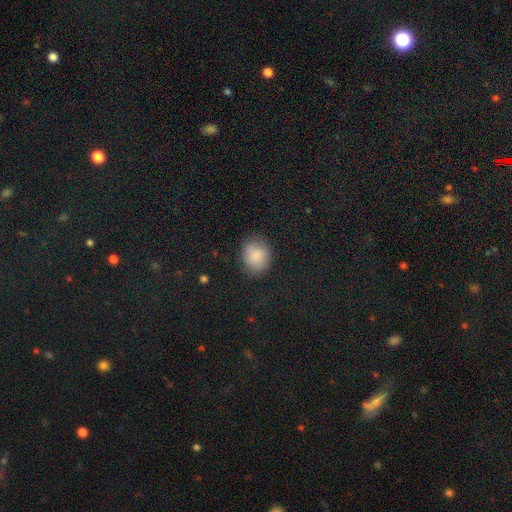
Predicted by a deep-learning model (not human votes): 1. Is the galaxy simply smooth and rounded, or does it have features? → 84% smooth, 8% star or artifact, 7% featured or disk.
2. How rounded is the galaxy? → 56% round, 43% in between, 1% cigar-shaped.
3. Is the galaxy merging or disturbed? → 79% none, 15% minor disturbance, 5% major disturbance, 1% merger.